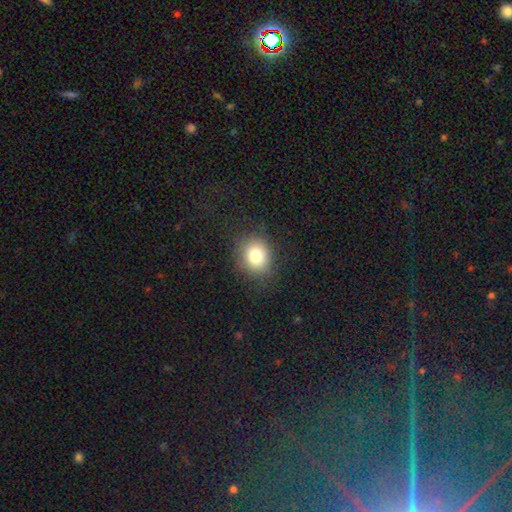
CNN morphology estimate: A smooth galaxy with no disk features (78%) that is round (68%).

Vote fractions:
- Smooth or featured? smooth: 78% / star or artifact: 12% / featured or disk: 10%
- How rounded? round: 68% / in between: 31% / cigar-shaped: 1%
- Merging? none: 84% / minor disturbance: 11% / major disturbance: 5% / merger: 1%